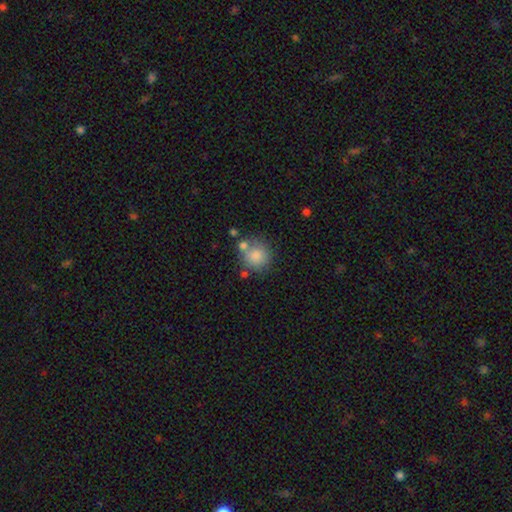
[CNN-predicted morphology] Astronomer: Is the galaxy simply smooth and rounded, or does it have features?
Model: smooth — 82%.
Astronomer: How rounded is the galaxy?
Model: round — 90%.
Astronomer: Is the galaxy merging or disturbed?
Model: none — 65%.